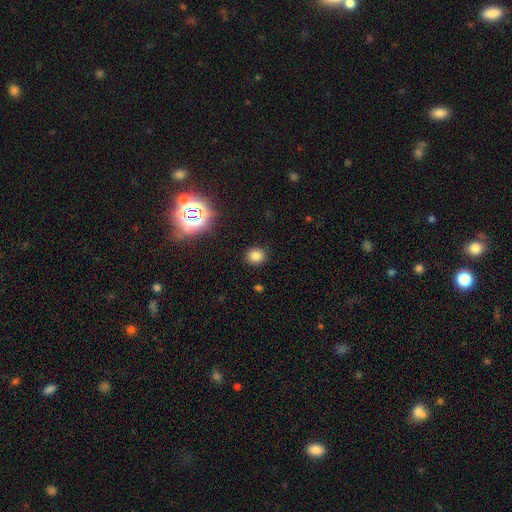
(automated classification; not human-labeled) Smooth or featured: smooth — 79% (star or artifact — 16%)
How rounded: round — 78% (in between — 21%)
Merging: none — 89% (minor disturbance — 7%)